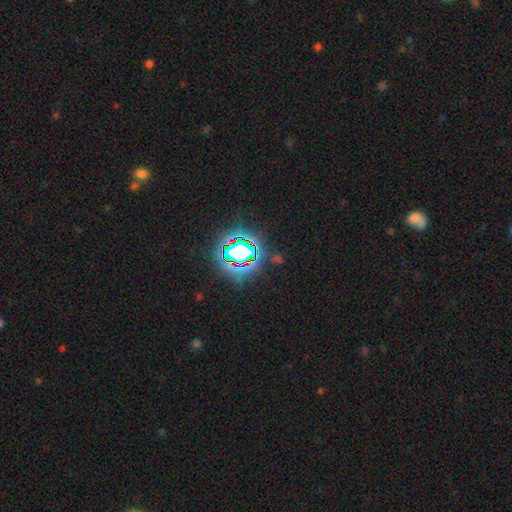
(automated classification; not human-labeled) A star or artifact, not a galaxy (84%).

Vote fractions:
- Smooth or featured? star or artifact: 84% / smooth: 10% / featured or disk: 7%